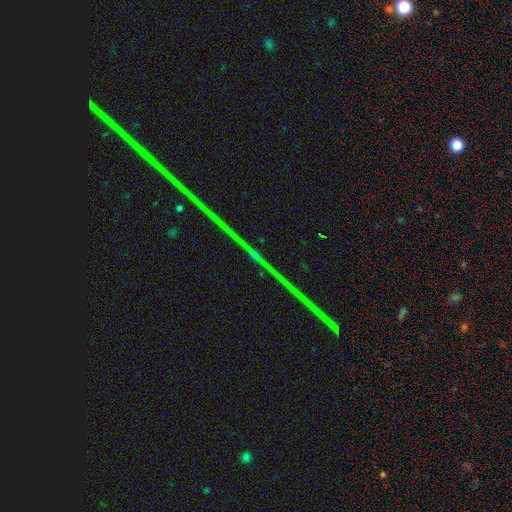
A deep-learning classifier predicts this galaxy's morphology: This appears to be a star or artifact, not a galaxy (89%).